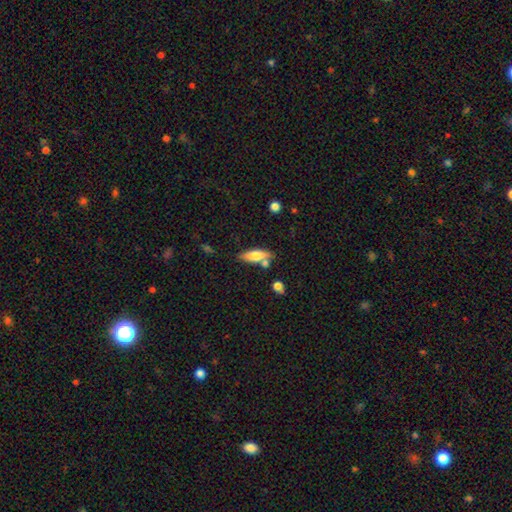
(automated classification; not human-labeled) A smooth galaxy with no disk features (68%) that is in between round and cigar-shaped (55%).

Vote fractions:
- Smooth or featured? smooth: 68% / featured or disk: 25% / star or artifact: 7%
- How rounded? in between: 55% / cigar-shaped: 43% / round: 2%
- Merging? none: 69% / minor disturbance: 14% / merger: 13% / major disturbance: 3%